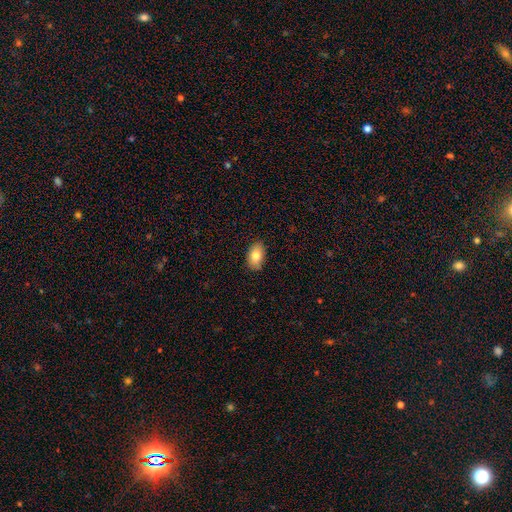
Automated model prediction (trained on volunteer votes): Smooth or featured?
  - smooth: 81% *
  - featured or disk: 11%
  - star or artifact: 7%
How rounded?
  - in between: 90% *
  - round: 8%
  - cigar-shaped: 1%
Merging?
  - none: 87% *
  - minor disturbance: 11%
  - major disturbance: 2%
  - merger: 1%